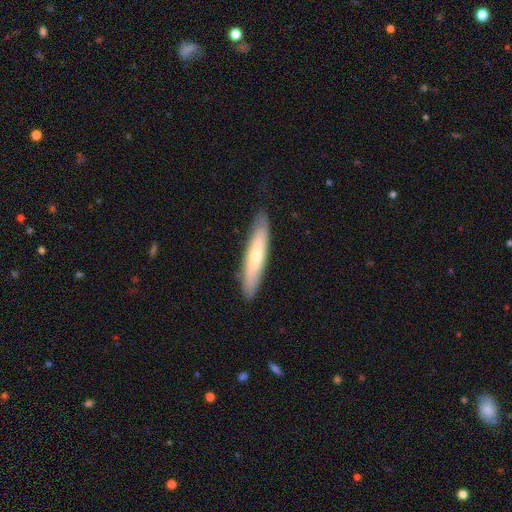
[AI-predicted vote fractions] smooth_or_featured: smooth (p=0.55) [alt: featured or disk p=0.39]
how_rounded: cigar-shaped (p=0.86) [alt: in between p=0.13]
merging: none (p=0.86) [alt: minor disturbance p=0.11]